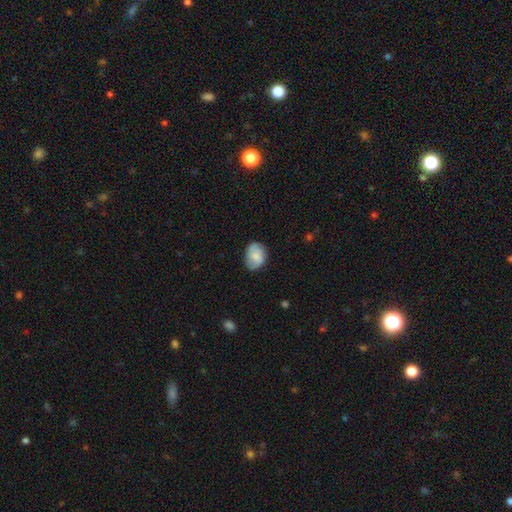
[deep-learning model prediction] The model was most divided on "how rounded": in between: 66%, round: 33%, cigar-shaped: 1%. More confident: merging — none (74%); smooth or featured — smooth (71%).